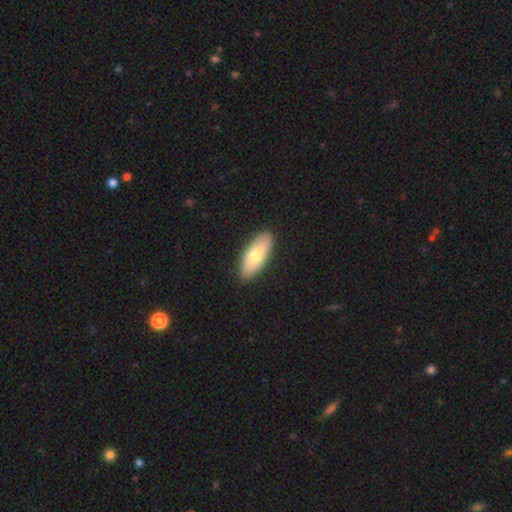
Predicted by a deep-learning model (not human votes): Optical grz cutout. It shows a smooth galaxy with no disk features (68%) that is in between round and cigar-shaped (81%). Merging: none (88%).